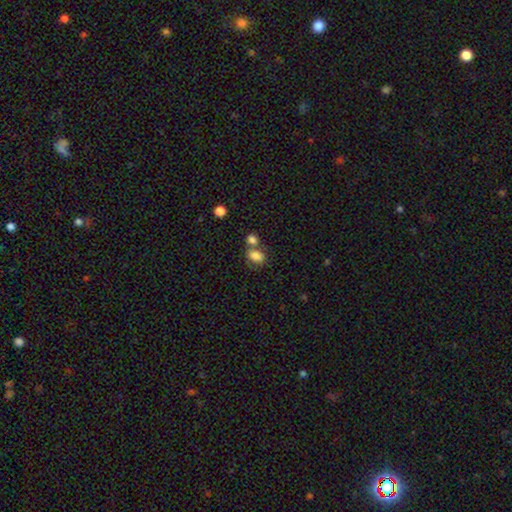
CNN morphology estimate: smooth-or-featured: smooth: 82% | star or artifact: 10% | featured or disk: 8%
  how-rounded: in between: 77% | round: 22% | cigar-shaped: 2%
  merging: none: 44% | merger: 38% | minor disturbance: 12% | major disturbance: 5%